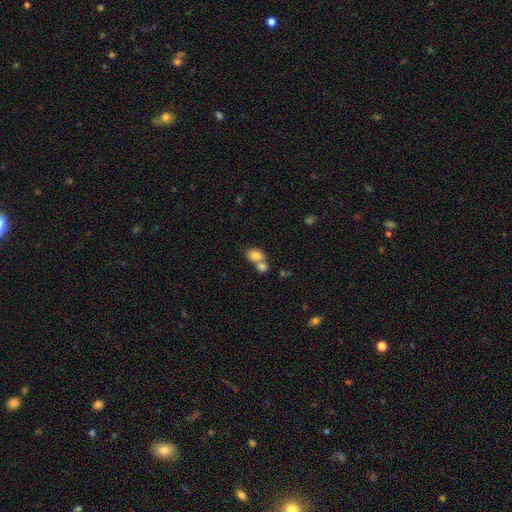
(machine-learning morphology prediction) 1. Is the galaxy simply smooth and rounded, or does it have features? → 81% smooth, 10% featured or disk, 9% star or artifact.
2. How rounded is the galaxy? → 69% in between, 29% round, 1% cigar-shaped.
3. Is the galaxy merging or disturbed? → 51% merger, 36% none, 9% minor disturbance, 4% major disturbance.